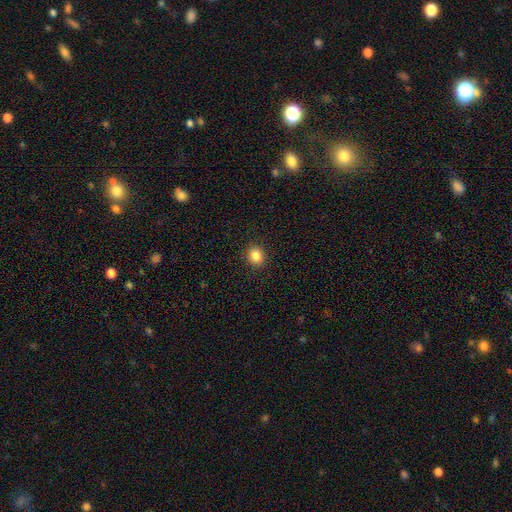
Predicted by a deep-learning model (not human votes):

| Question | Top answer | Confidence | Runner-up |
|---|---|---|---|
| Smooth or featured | smooth | 85% | star or artifact (11%) |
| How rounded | round | 78% | in between (21%) |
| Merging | none | 91% | minor disturbance (6%) |